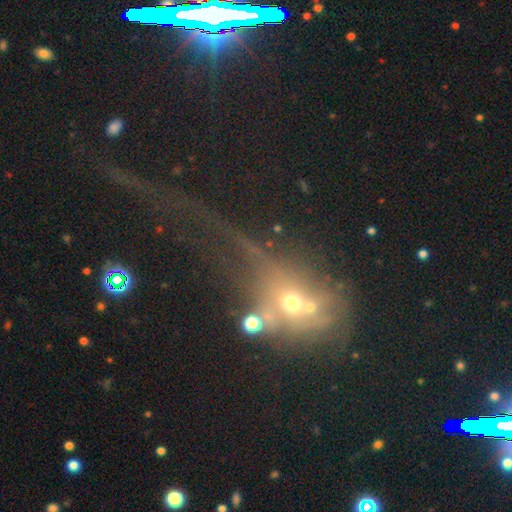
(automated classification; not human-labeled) smooth_or_featured: smooth (p=0.35) [tied with: star or artifact p=0.35]
merging: major disturbance (p=0.41) [alt: merger p=0.29]